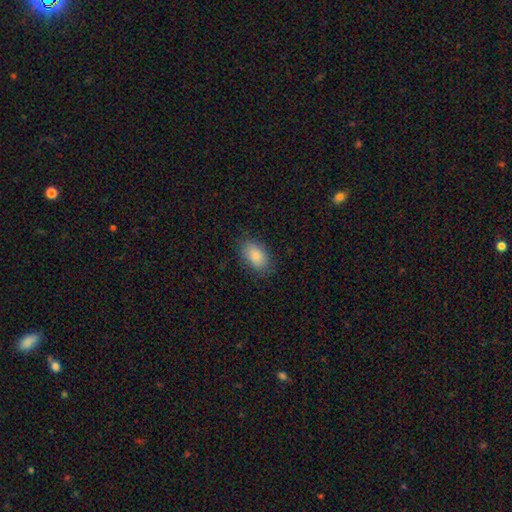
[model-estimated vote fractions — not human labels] Smooth or featured? Predicted: smooth (p=0.86). How rounded? Predicted: in between (p=0.92). Merging? Predicted: none (p=0.83).